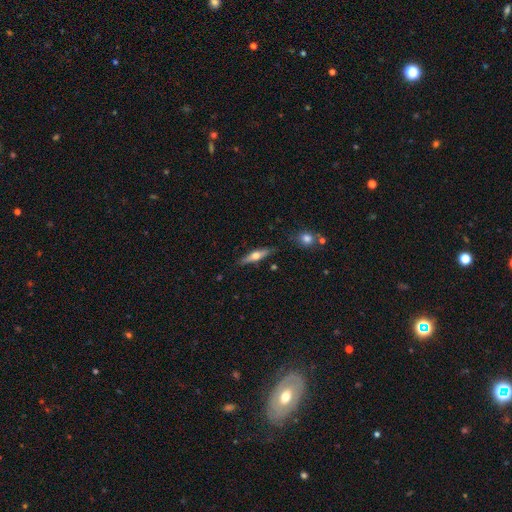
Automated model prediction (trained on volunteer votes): A featured or disk galaxy (55%) viewed edge-on (94%) with a rounded central bulge (93%).

Vote fractions:
- Smooth or featured? featured or disk: 55% / smooth: 39% / star or artifact: 6%
- Edge-on disk? yes: 94% / no: 6%
- Edge-on bulge? rounded: 93% / none: 3% / boxy: 3%
- Merging? none: 85% / minor disturbance: 11% / merger: 2% / major disturbance: 2%